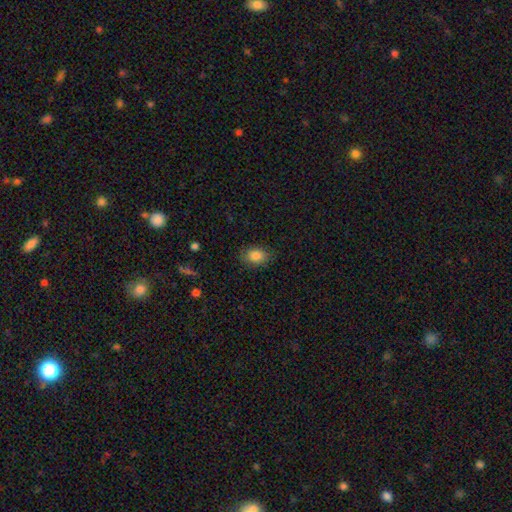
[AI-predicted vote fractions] smooth_or_featured: smooth (p=0.85) [alt: star or artifact p=0.09]
how_rounded: in between (p=0.78) [alt: round p=0.21]
merging: none (p=0.81) [alt: minor disturbance p=0.14]